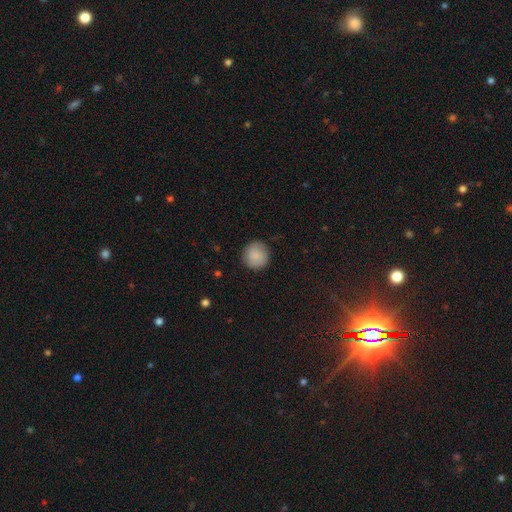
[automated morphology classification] smooth-or-featured: smooth: 87% | star or artifact: 7% | featured or disk: 6%
  how-rounded: round: 93% | in between: 6% | cigar-shaped: 1%
  merging: none: 88% | minor disturbance: 9% | major disturbance: 2% | merger: 1%